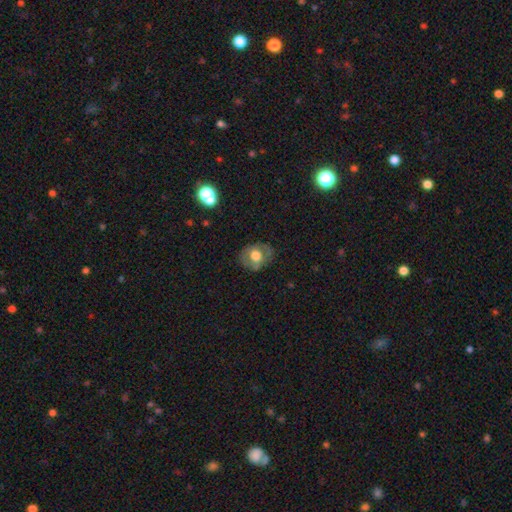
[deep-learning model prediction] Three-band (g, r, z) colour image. It shows a smooth galaxy with no disk features (53%) that is round (55%). Merging: none (73%).